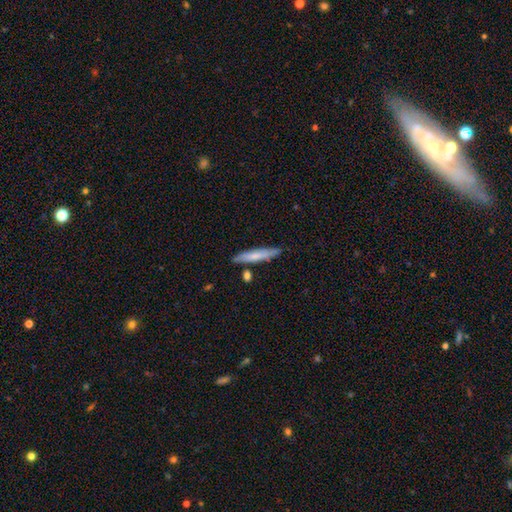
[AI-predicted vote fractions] A smooth galaxy with no disk features (69%) that is cigar-shaped (89%).

Vote fractions:
- Smooth or featured? smooth: 69% / featured or disk: 26% / star or artifact: 6%
- How rounded? cigar-shaped: 89% / in between: 9% / round: 1%
- Merging? none: 80% / minor disturbance: 13% / merger: 5% / major disturbance: 2%